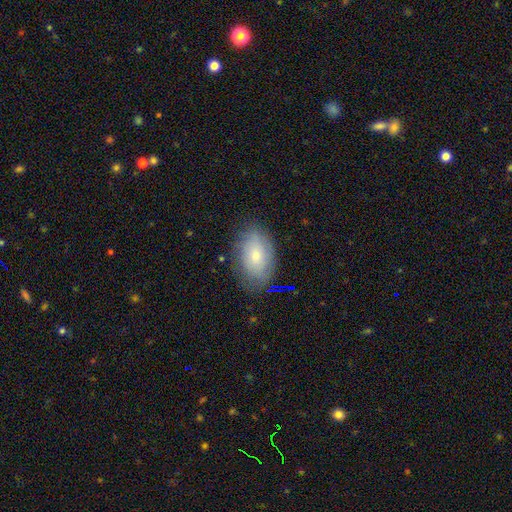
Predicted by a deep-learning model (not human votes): This appears to be a smooth galaxy with no disk features (73%) that is in between round and cigar-shaped (91%). Merging: none (77%).